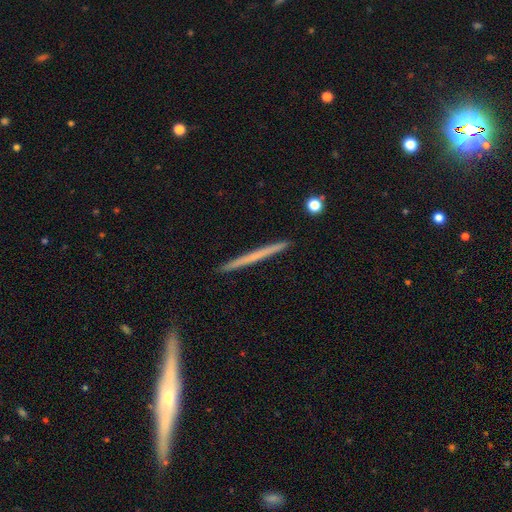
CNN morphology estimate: This is possibly a featured or disk galaxy (49%). Merging: clearly none (92%).